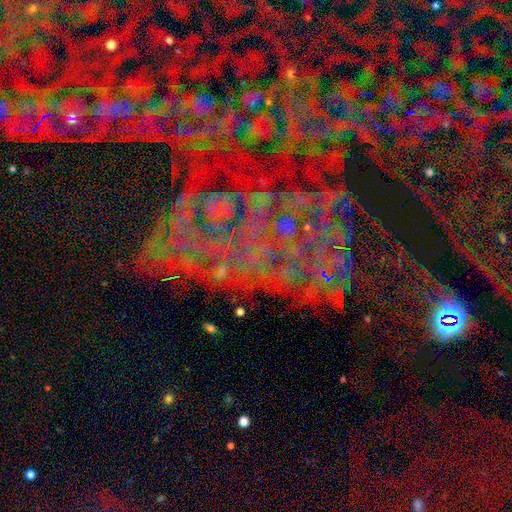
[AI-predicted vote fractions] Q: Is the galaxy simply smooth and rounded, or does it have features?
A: star or artifact — 79%.